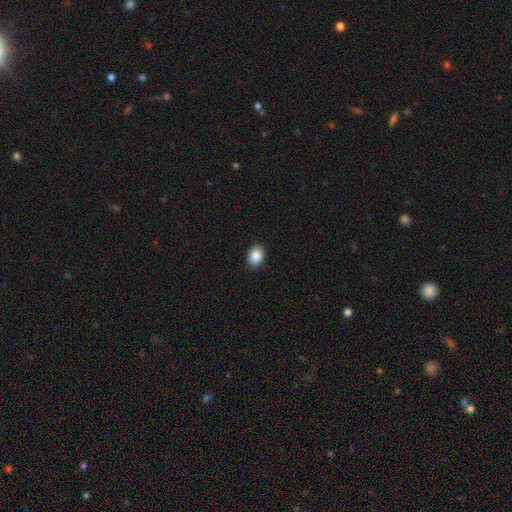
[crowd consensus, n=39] Overall: smooth (90%). How rounded: in between (66%; round 31%). Merging: none (81%).